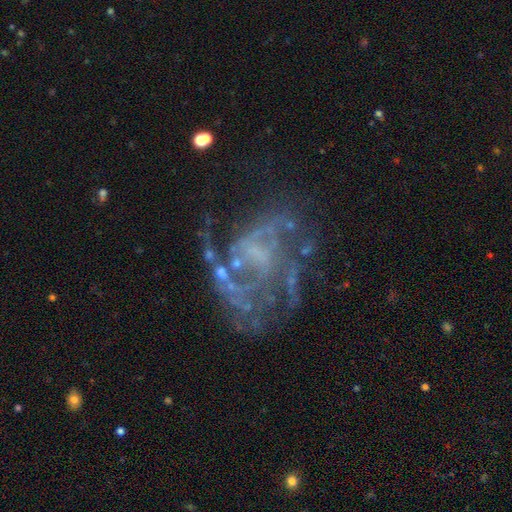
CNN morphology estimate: A featured or disk galaxy (77%) with no bar (63%), spiral arms (66%) and no central bulge (55%). Merging: none (43%).